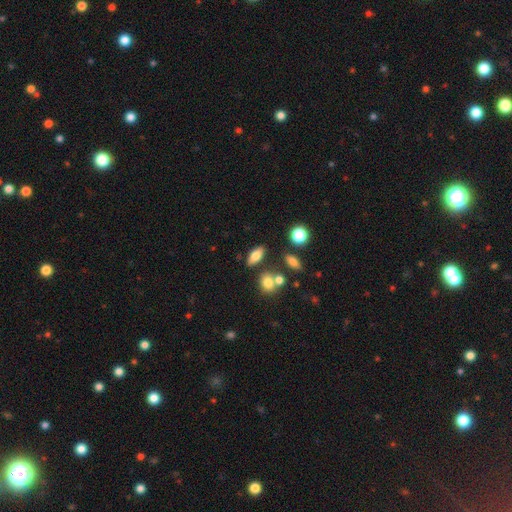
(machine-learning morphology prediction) type=smooth (70%); roundness=in between (79%); merging=none (78%).